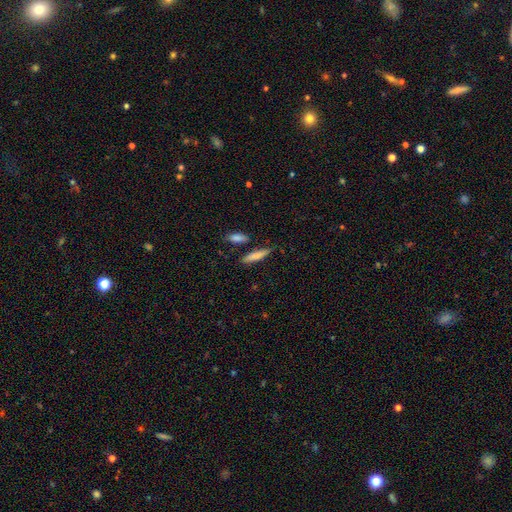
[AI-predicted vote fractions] Overall: smooth (79%). How rounded: cigar-shaped (78%). Merging: none (78%).